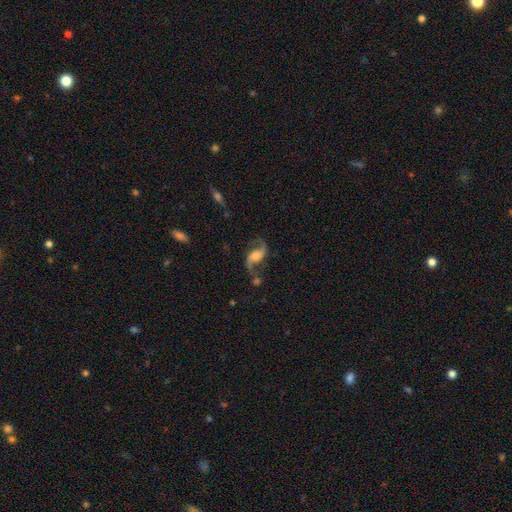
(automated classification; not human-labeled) A featured or disk galaxy (85%) with no bar (51%), 2 (93%) loose (78%) spiral arms (96%) and a moderate central bulge (39%).

Vote fractions:
- Smooth or featured? featured or disk: 85% / smooth: 9% / star or artifact: 7%
- Edge-on disk? no: 96% / yes: 4%
- Bar? no: 51% / weak: 35% / strong: 14%
- Spiral arms? yes: 96% / no: 4%
- Spiral winding? loose: 78% / medium: 19% / tight: 4%
- Spiral arm count? 2: 93% / 1: 3% / can't tell: 2% / 3: 1% / 4: 1% / more than 4: 1%
- Bulge size? moderate: 39% / small: 23% / large: 23% / none: 12% / dominant: 4%
- Merging? none: 67% / minor disturbance: 15% / major disturbance: 10% / merger: 7%